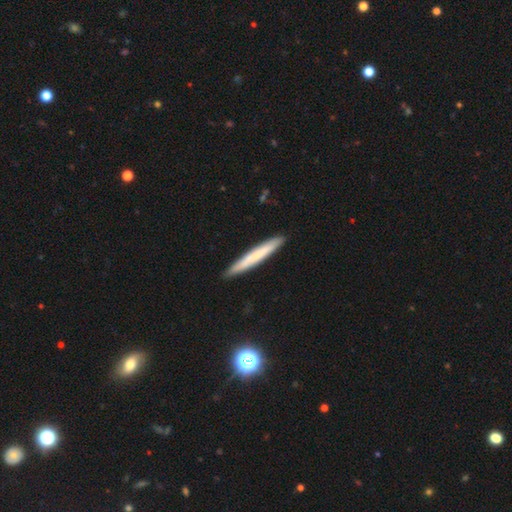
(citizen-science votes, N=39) Morphology: type=smooth (62%); roundness=cigar-shaped (96%); merging=none (94%).